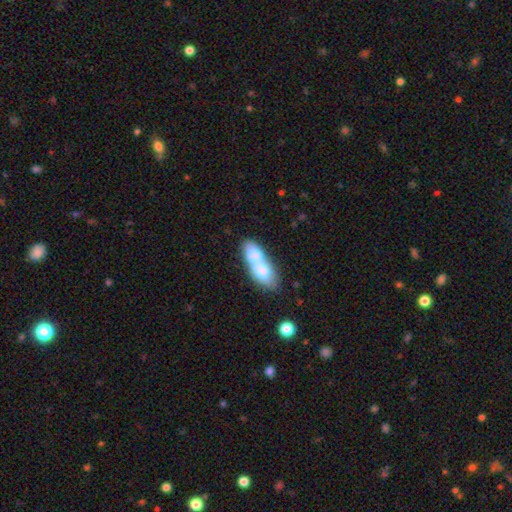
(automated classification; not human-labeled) Smooth or featured: smooth — 60% (featured or disk — 33%)
How rounded: in between — 69% (cigar-shaped — 23%)
Merging: merger — 70% (none — 18%)